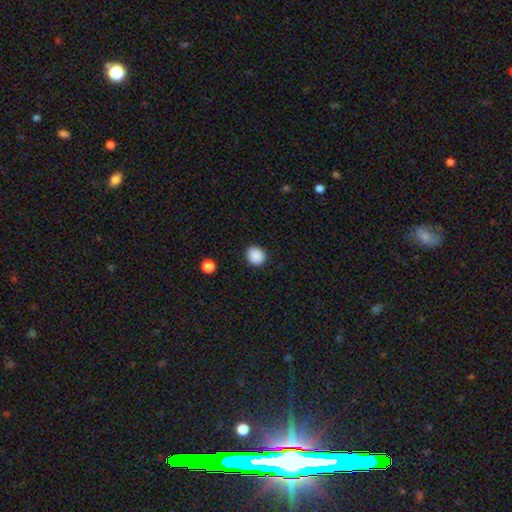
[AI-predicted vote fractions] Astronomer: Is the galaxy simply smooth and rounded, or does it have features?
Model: smooth — 88%.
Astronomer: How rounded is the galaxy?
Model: round — 77%.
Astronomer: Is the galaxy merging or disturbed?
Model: none — 90%.